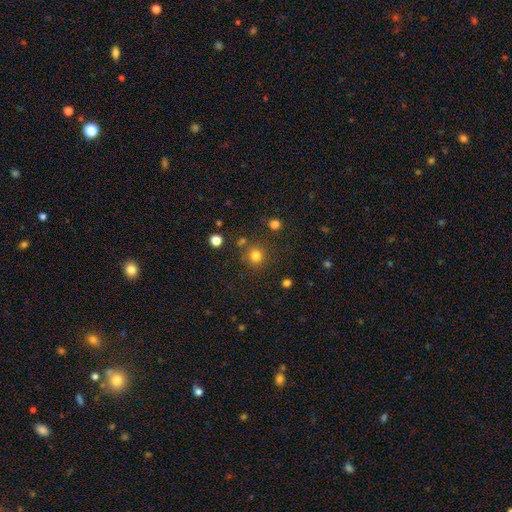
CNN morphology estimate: A smooth galaxy with no disk features (80%) that is round (90%).

Vote fractions:
- Smooth or featured? smooth: 80% / star or artifact: 15% / featured or disk: 5%
- How rounded? round: 90% / in between: 9% / cigar-shaped: 1%
- Merging? none: 81% / minor disturbance: 9% / merger: 6% / major disturbance: 4%